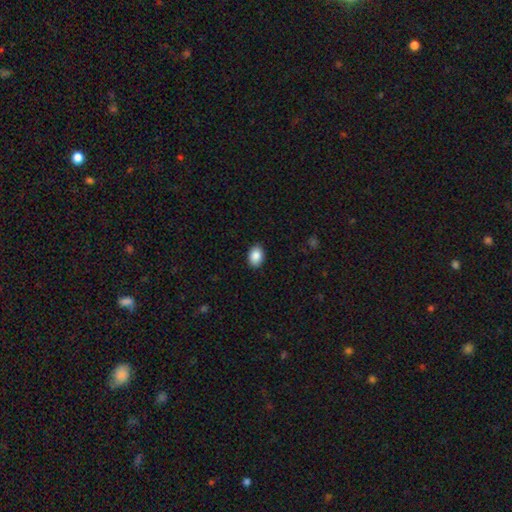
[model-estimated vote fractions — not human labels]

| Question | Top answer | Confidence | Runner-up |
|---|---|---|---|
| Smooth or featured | smooth | 88% | star or artifact (8%) |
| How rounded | in between | 76% | round (23%) |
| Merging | none | 89% | minor disturbance (8%) |